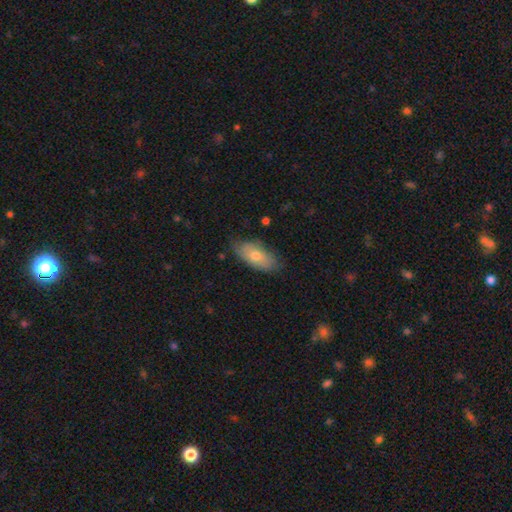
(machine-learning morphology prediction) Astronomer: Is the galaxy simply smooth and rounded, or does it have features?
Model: smooth — 67%.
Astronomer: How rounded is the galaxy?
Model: in between — 86%.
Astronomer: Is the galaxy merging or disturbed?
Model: none — 75%.